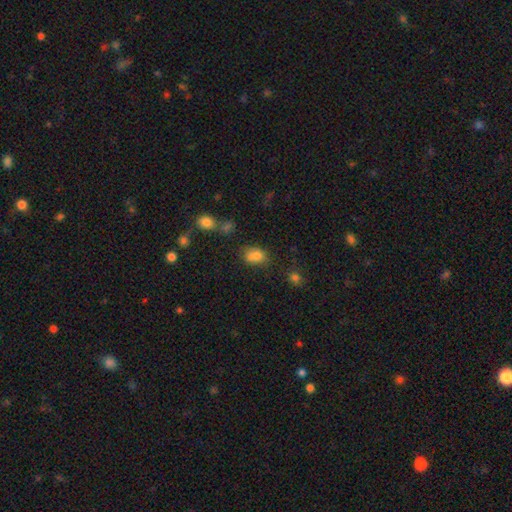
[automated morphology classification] This appears to be a smooth galaxy with no disk features (80%) that is in between round and cigar-shaped (72%). Merging: none (62%).